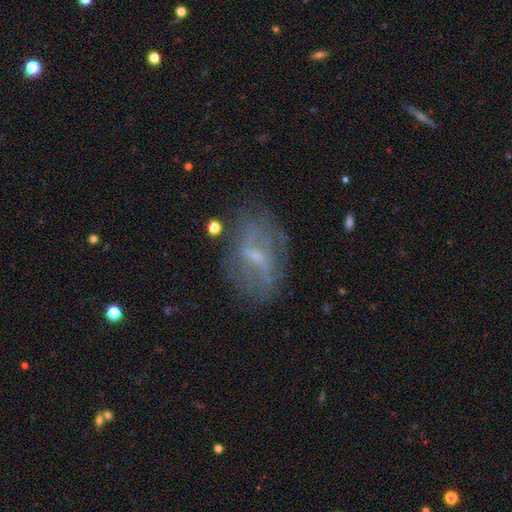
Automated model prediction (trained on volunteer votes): Smooth or featured? Predicted: featured or disk (p=0.62). Edge-on disk? Predicted: no (p=0.93). Bar? Predicted: weak (p=0.49). Spiral arms? Predicted: yes (p=0.54). Bulge size? Predicted: small (p=0.62). Merging? Predicted: none (p=0.64).